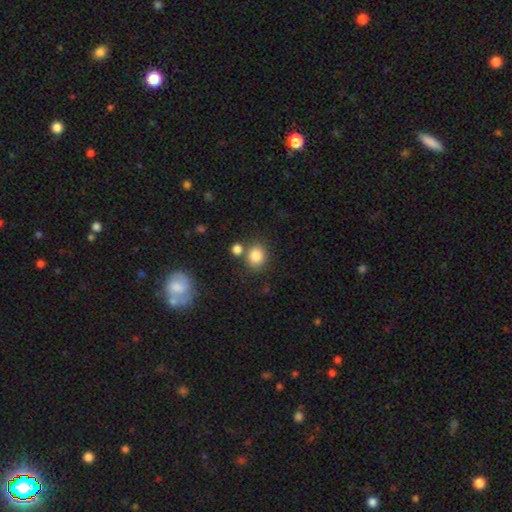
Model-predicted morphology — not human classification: Smooth or featured: smooth — 84% (star or artifact — 10%)
How rounded: round — 76% (in between — 23%)
Merging: none — 71% (merger — 15%)